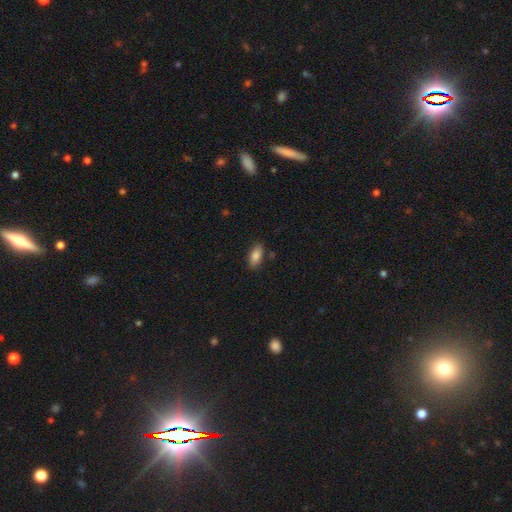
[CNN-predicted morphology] Smooth or featured: smooth — 86% (star or artifact — 7%)
How rounded: in between — 87% (cigar-shaped — 10%)
Merging: none — 83% (minor disturbance — 12%)